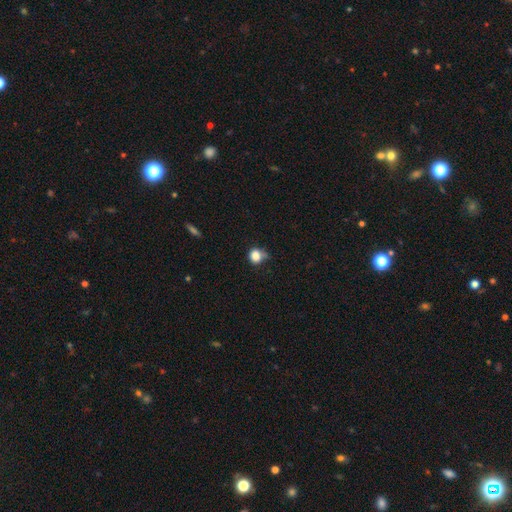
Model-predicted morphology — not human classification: The model was most divided on "merging": none: 55%, minor disturbance: 31%, major disturbance: 9%, merger: 6%. More confident: smooth or featured — smooth (84%); how rounded — round (80%).